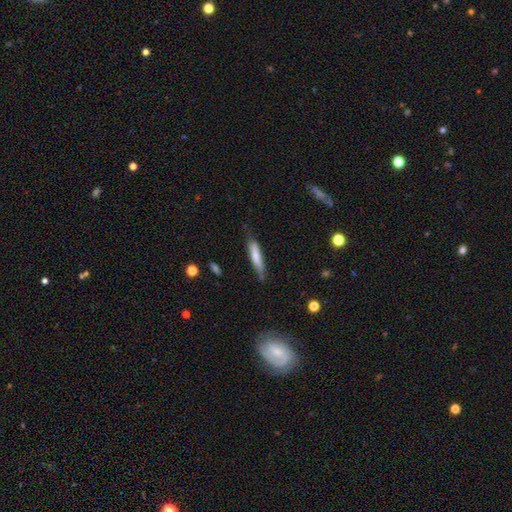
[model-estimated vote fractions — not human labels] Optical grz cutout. It shows a smooth galaxy with no disk features (71%) that is cigar-shaped (85%). Merging: none (68%).